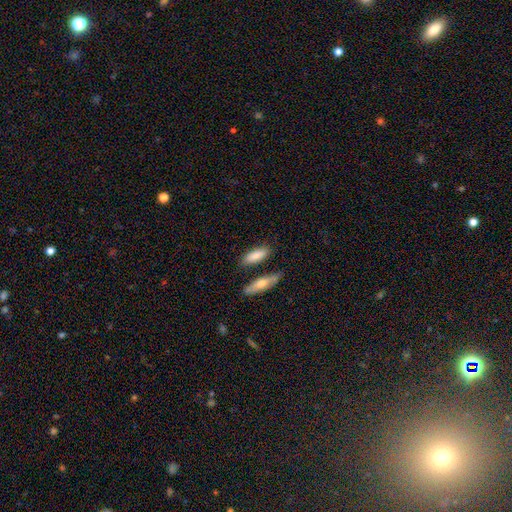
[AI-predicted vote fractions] This appears to be a smooth galaxy with no disk features (82%) that is in between round and cigar-shaped (56%). Merging: none (73%).